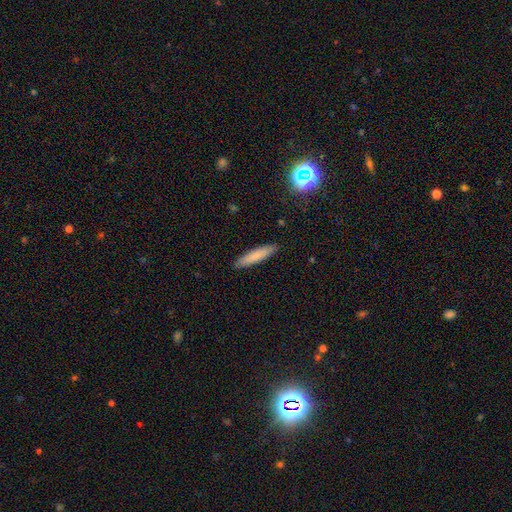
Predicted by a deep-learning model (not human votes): Smooth or featured?
  - smooth: 80% *
  - featured or disk: 13%
  - star or artifact: 7%
How rounded?
  - cigar-shaped: 87% *
  - in between: 12%
  - round: 1%
Merging?
  - none: 90% *
  - minor disturbance: 7%
  - major disturbance: 2%
  - merger: 1%